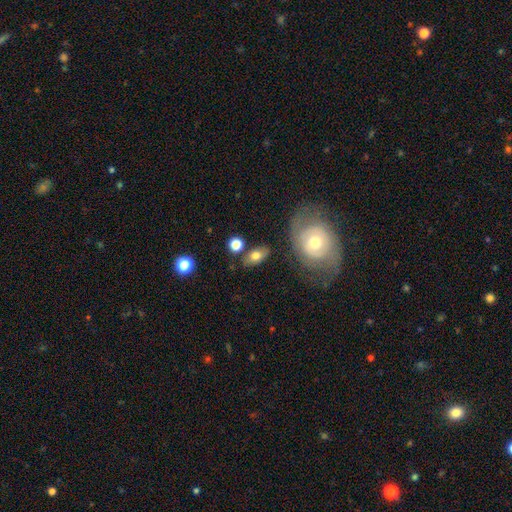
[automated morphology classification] smooth_or_featured: smooth (p=0.74) [alt: featured or disk p=0.18]
how_rounded: in between (p=0.82) [alt: round p=0.14]
merging: none (p=0.76) [alt: minor disturbance p=0.13]